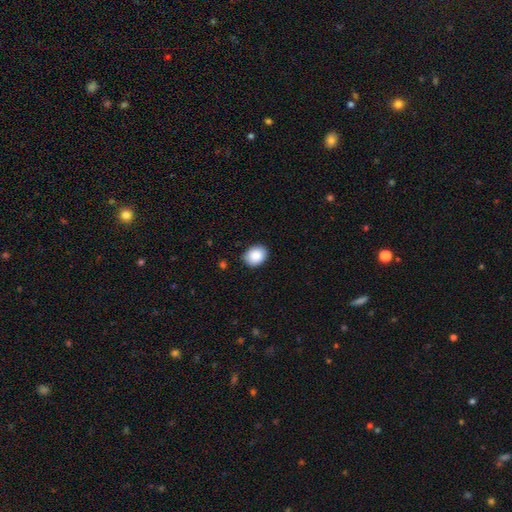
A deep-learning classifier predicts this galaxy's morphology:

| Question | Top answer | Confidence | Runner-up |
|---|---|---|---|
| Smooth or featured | smooth | 89% | star or artifact (7%) |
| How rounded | round | 51% | in between (48%) |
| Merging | none | 86% | minor disturbance (11%) |